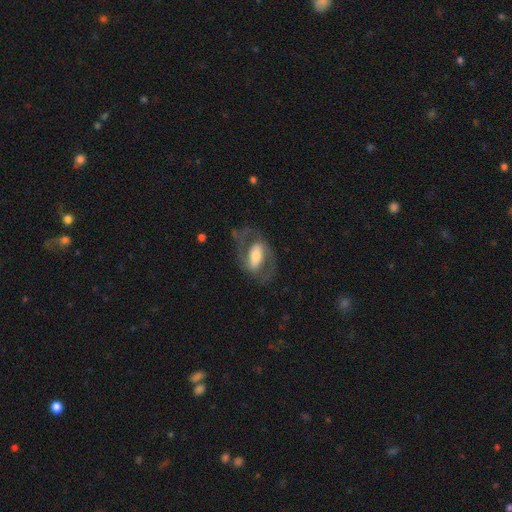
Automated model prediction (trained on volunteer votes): This is likely a featured or disk galaxy (75%). It is clearly not viewed edge-on (95%). Bar: possibly strong (49%). Spiral arm pattern: clearly yes (83%). Spiral arm count: clearly 2 (88%). Spiral winding: possibly medium (53%). Central bulge: possibly moderate (51%). Merging: likely none (66%).